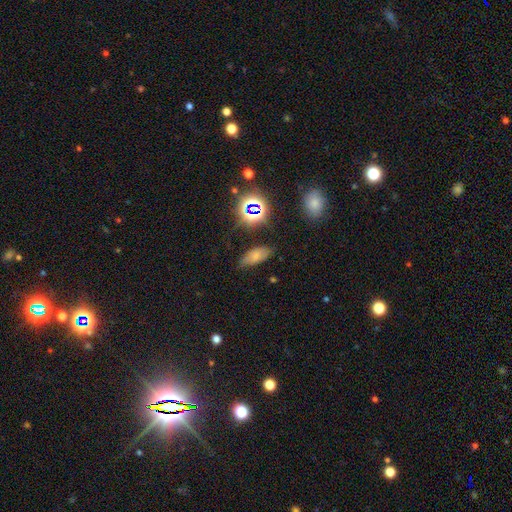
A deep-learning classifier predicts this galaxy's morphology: A smooth galaxy with no disk features (65%) that is in between round and cigar-shaped (87%). Merging: none (72%).